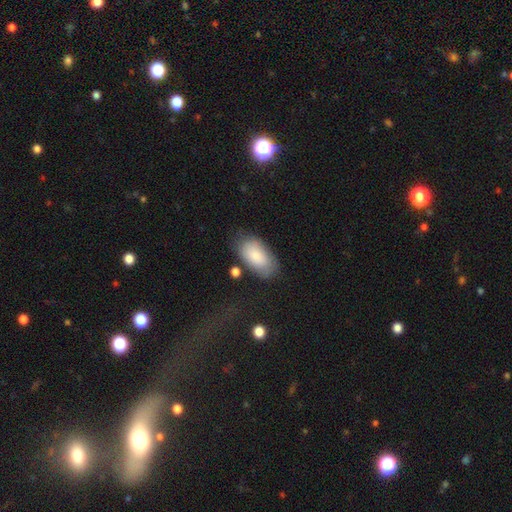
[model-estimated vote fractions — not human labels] Q: Smooth or featured?
A: smooth (83%); runner-up: featured or disk (11%)
Q: How rounded?
A: in between (95%); runner-up: round (3%)
Q: Merging?
A: none (69%); runner-up: minor disturbance (20%)